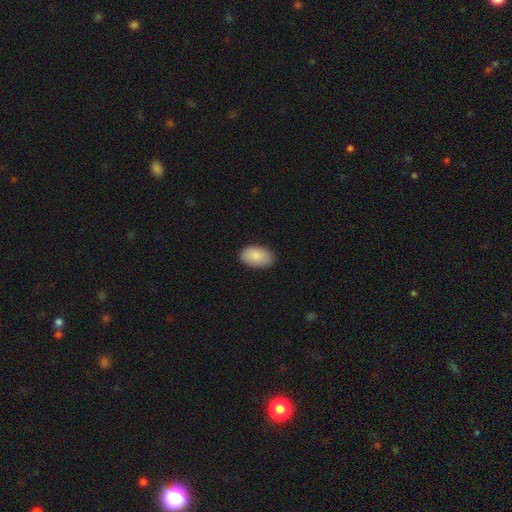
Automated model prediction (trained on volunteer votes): Q: Smooth or featured?
A: smooth (88%); runner-up: star or artifact (6%)
Q: How rounded?
A: in between (94%); runner-up: round (5%)
Q: Merging?
A: none (85%); runner-up: minor disturbance (12%)